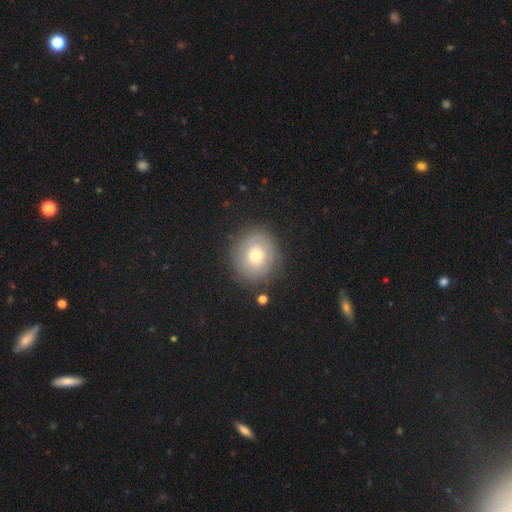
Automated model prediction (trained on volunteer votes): Smooth or featured: featured or disk — 56% (smooth — 36%)
Edge-on disk: no — 97% (yes — 3%)
Bar: no — 84% (weak — 13%)
Spiral arms: yes — 70% (no — 30%)
Bulge size: moderate — 63% (small — 26%)
Merging: none — 82% (minor disturbance — 11%)